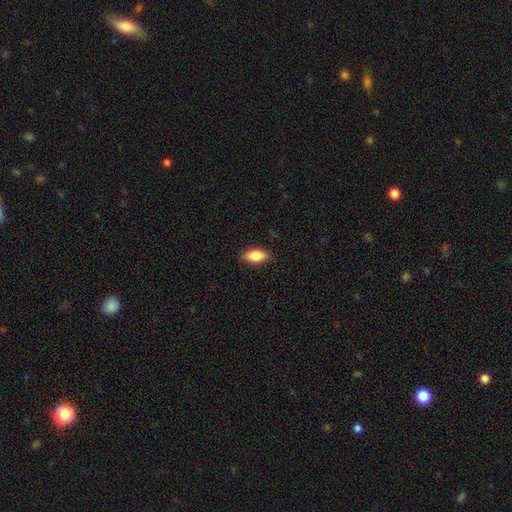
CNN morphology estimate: type=smooth (87%); roundness=in between (91%); merging=none (85%).